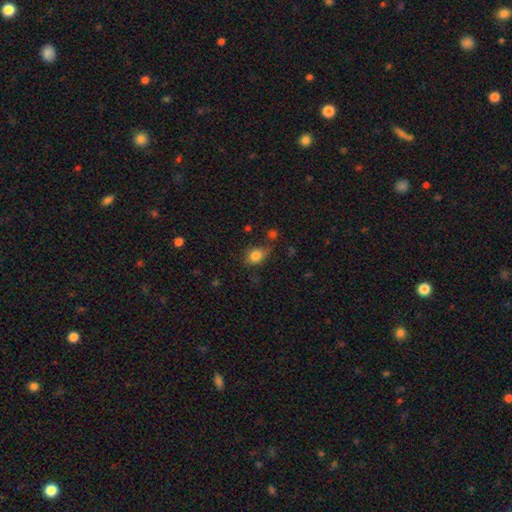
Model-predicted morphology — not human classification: Smooth or featured: smooth — 82% (star or artifact — 10%)
How rounded: in between — 59% (round — 40%)
Merging: none — 56% (minor disturbance — 29%)